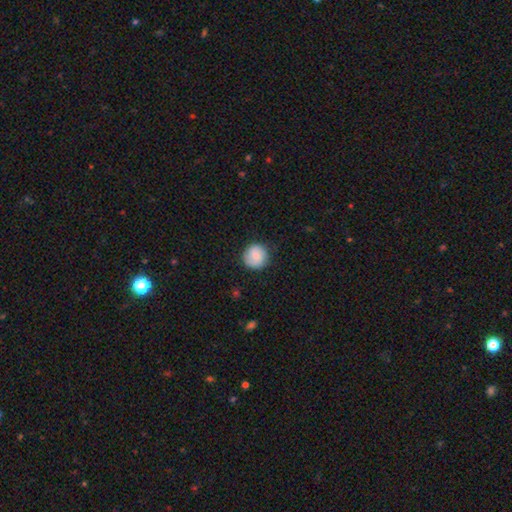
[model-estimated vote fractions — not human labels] Morphology: type=smooth (73%); roundness=round (93%); merging=none (84%).